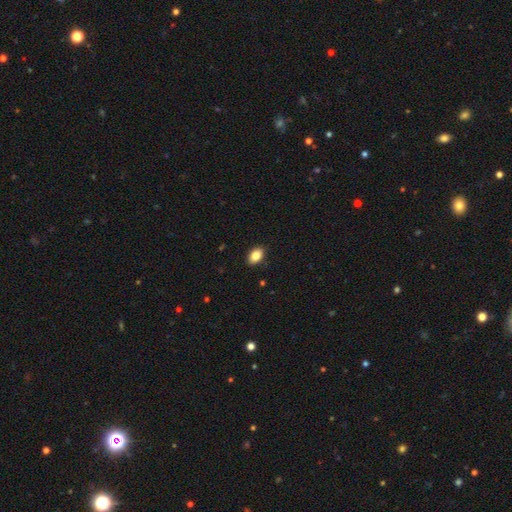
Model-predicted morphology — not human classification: Smooth or featured: smooth — 85% (star or artifact — 8%)
How rounded: in between — 87% (round — 12%)
Merging: none — 89% (minor disturbance — 8%)